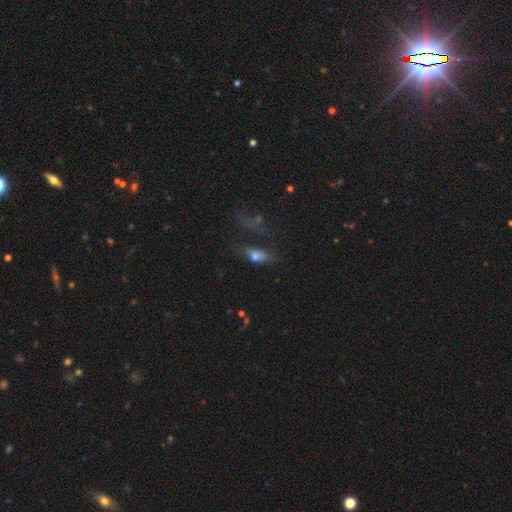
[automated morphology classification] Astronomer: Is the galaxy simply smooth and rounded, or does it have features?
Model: smooth — 69%.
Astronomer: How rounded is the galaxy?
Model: in between — 73%.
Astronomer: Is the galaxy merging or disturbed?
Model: none — 38% (runner-up: major disturbance, 31%).